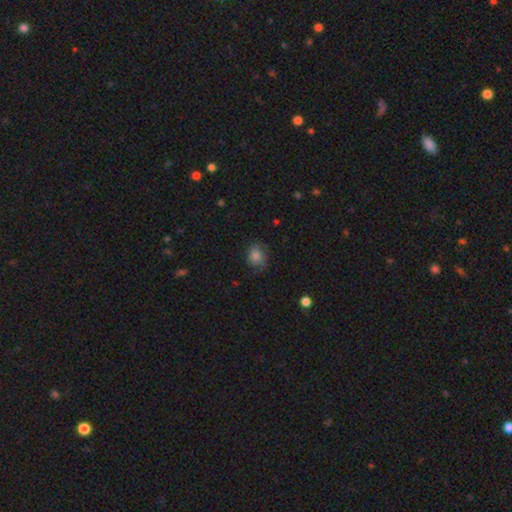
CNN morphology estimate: smooth-or-featured: smooth: 75% | featured or disk: 13% | star or artifact: 12%
  how-rounded: round: 57% | in between: 42% | cigar-shaped: 1%
  merging: none: 65% | minor disturbance: 24% | major disturbance: 9% | merger: 1%